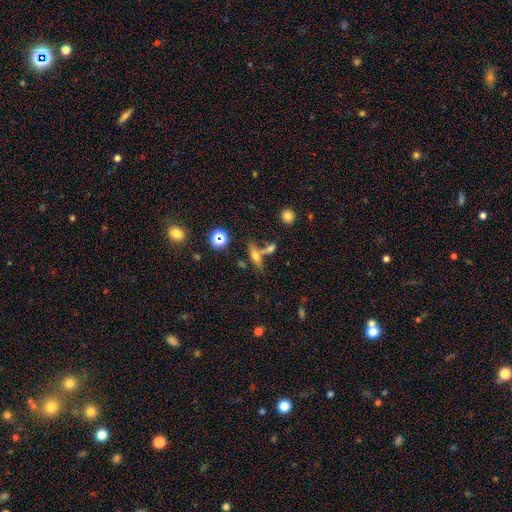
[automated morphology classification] Overall: smooth (52%; featured or disk 34%). How rounded: cigar-shaped (54%; in between 39%). Merging: none (52%; merger 31%).